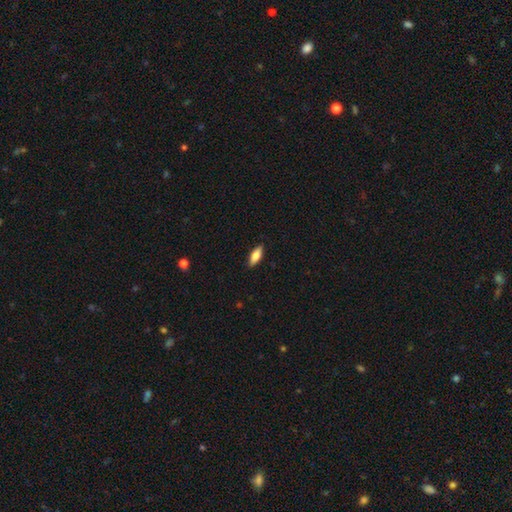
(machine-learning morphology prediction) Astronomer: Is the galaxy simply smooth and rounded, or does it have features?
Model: smooth — 78%.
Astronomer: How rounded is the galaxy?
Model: in between — 70%.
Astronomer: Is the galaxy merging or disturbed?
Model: none — 89%.